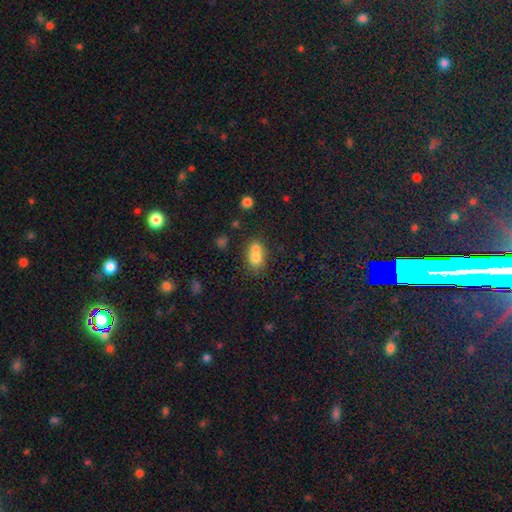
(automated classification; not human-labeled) This is likely a smooth galaxy (71%). How rounded: possibly in between (53%). Merging: possibly merger (59%).